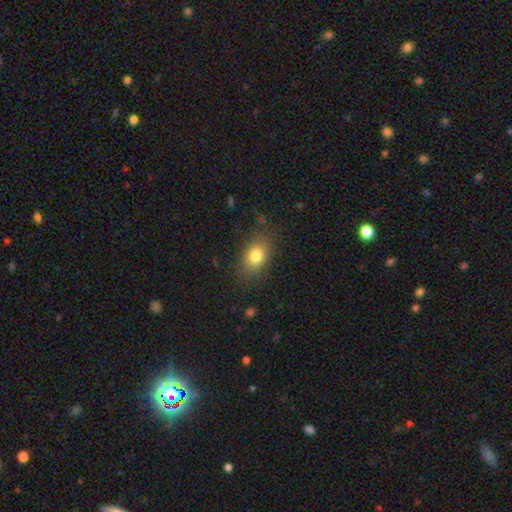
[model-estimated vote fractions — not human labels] smooth_or_featured: smooth (p=0.79) [alt: featured or disk p=0.11]
how_rounded: in between (p=0.73) [alt: round p=0.25]
merging: none (p=0.80) [alt: minor disturbance p=0.13]